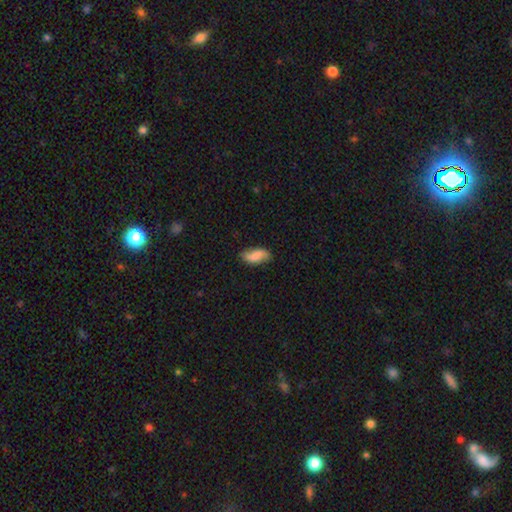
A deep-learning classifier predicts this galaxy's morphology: Smooth or featured: smooth — 71% (featured or disk — 21%)
How rounded: in between — 87% (cigar-shaped — 10%)
Merging: none — 74% (minor disturbance — 20%)